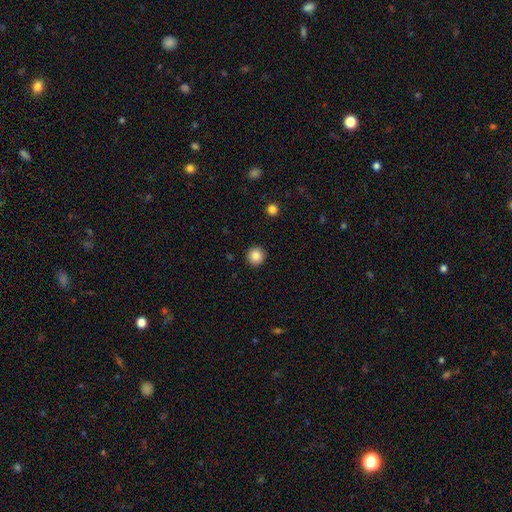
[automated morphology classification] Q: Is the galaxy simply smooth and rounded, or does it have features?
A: smooth — 85%.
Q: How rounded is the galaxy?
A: round — 95%.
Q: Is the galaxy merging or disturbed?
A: none — 93%.